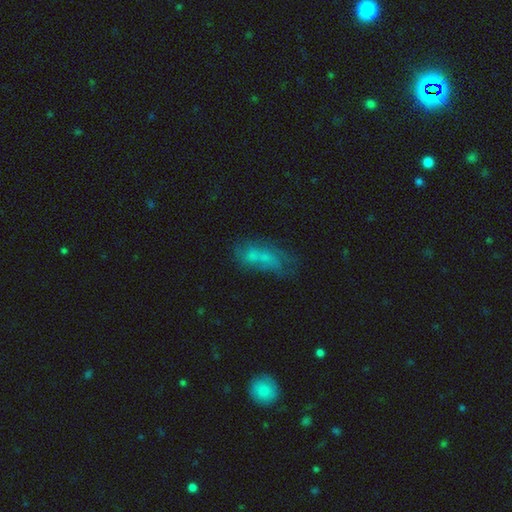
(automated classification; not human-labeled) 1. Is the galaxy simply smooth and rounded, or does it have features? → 52% smooth, 33% featured or disk, 15% star or artifact.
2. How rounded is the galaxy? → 74% in between, 22% cigar-shaped, 4% round.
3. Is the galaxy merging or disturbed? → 44% none, 24% minor disturbance, 20% major disturbance, 13% merger.